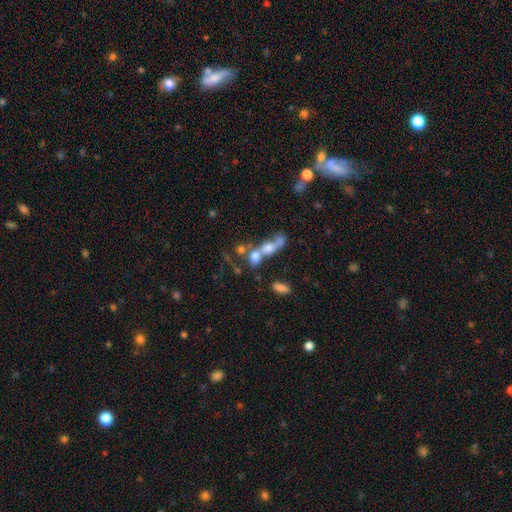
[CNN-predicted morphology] This appears to be a smooth galaxy with no disk features (62%) that is in between round and cigar-shaped (48%). Merging: merger (58%).